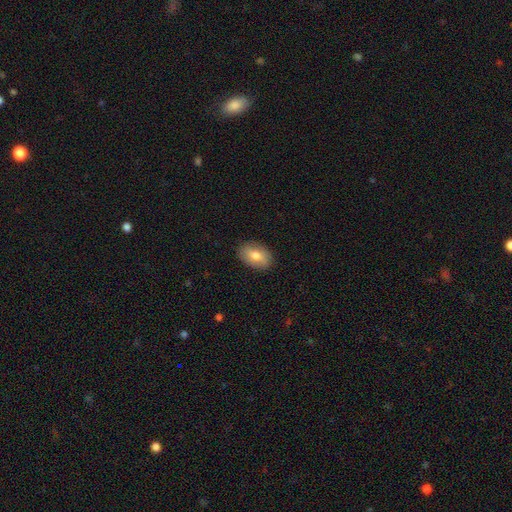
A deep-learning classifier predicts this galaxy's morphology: Smooth or featured? smooth (76%)
How rounded? in between (89%)
Merging? none (88%)